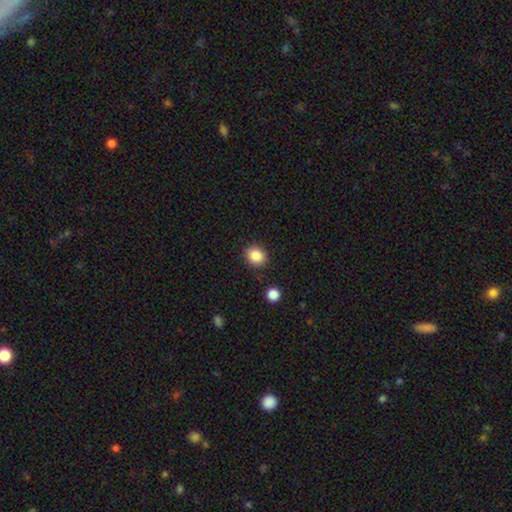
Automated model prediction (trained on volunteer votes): smooth 86%, star or artifact 9%, featured or disk 4%. Down the decision tree: how rounded — round (69%); merging — none (88%).